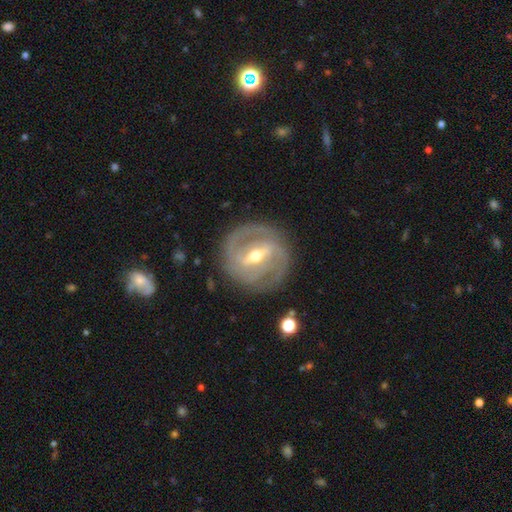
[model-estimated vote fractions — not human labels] This appears to be a featured or disk galaxy (86%) with a strong bar (58%), 2 (62%) tight (58%) spiral arms (89%) and a moderate central bulge (63%). Merging: none (82%).